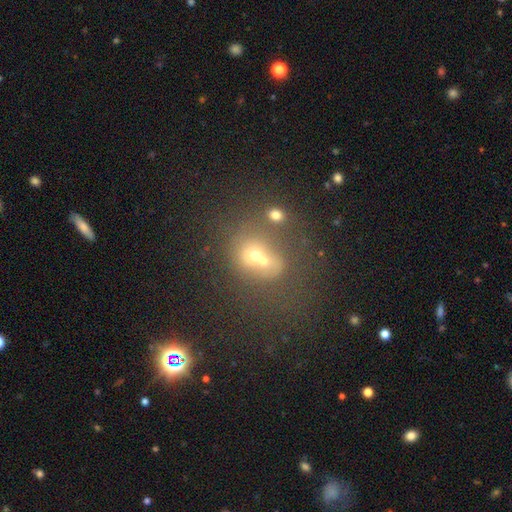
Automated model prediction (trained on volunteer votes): The model was most divided on "smooth or featured": smooth: 46%, featured or disk: 28%, star or artifact: 26%. More confident: merging — merger (55%).